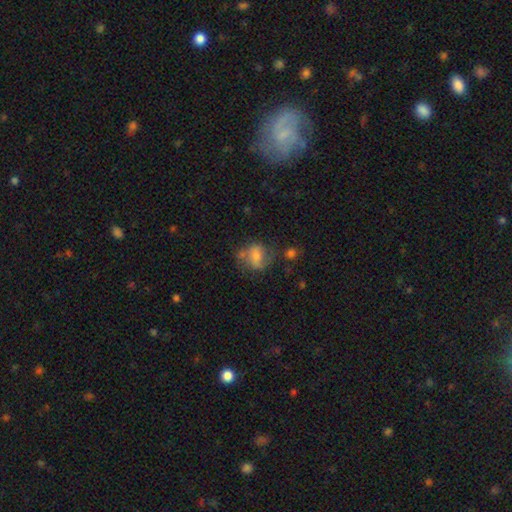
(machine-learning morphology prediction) Smooth or featured? smooth (57%)
How rounded? in between (50%)
Merging? none (45%)